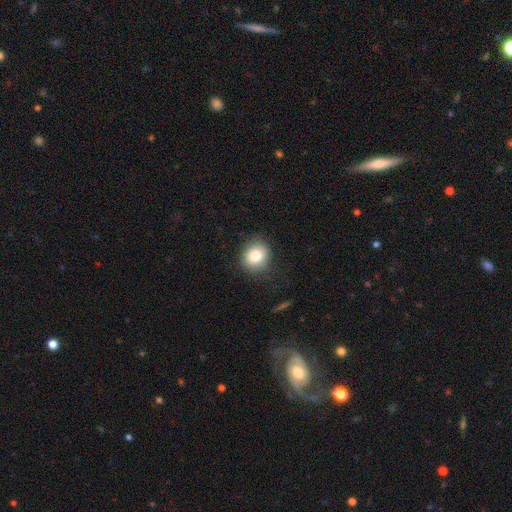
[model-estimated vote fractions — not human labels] smooth 80%, featured or disk 10%, star or artifact 10%. Down the decision tree: how rounded — round (82%); merging — none (86%).